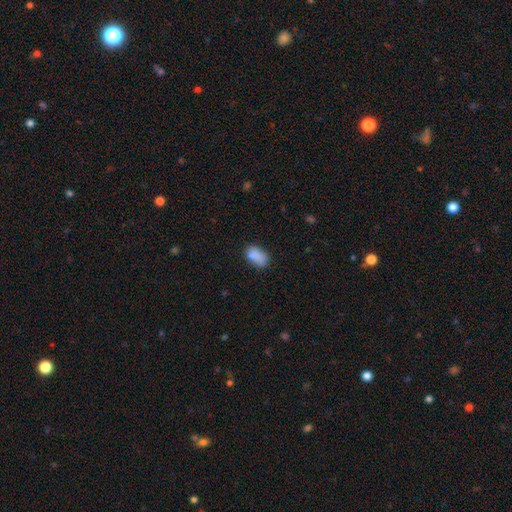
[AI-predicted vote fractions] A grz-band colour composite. It shows a smooth galaxy with no disk features (83%) that is in between round and cigar-shaped (90%). Merging: none (63%).